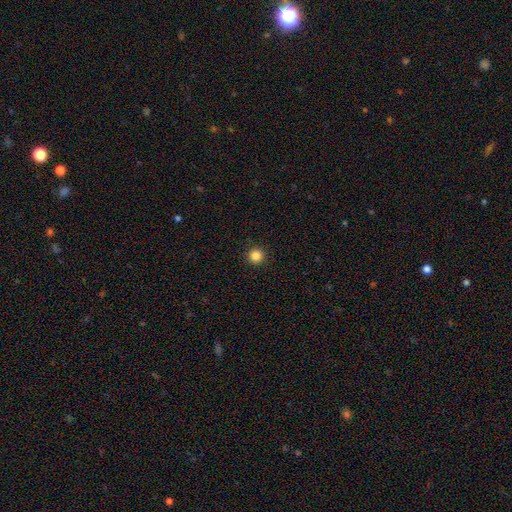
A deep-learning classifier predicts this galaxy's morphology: smooth_or_featured: smooth (p=0.85) [alt: star or artifact p=0.12]
how_rounded: round (p=0.96) [alt: in between p=0.03]
merging: none (p=0.93) [alt: minor disturbance p=0.04]